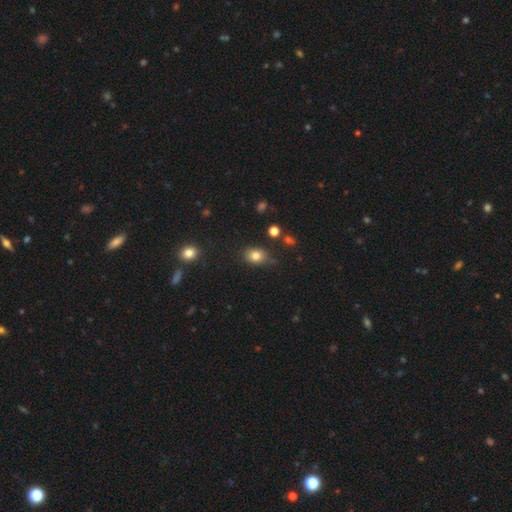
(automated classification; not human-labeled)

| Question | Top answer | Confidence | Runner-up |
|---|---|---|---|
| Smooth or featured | smooth | 81% | star or artifact (12%) |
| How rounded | in between | 54% | round (45%) |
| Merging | none | 73% | minor disturbance (19%) |